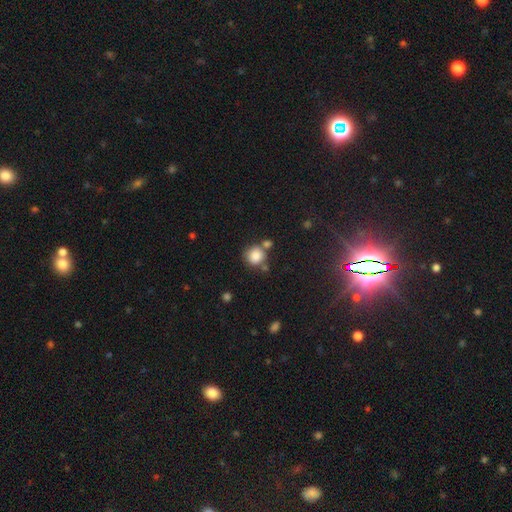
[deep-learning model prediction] This appears to be a smooth galaxy with no disk features (83%) that is round (88%). Merging: none (62%).